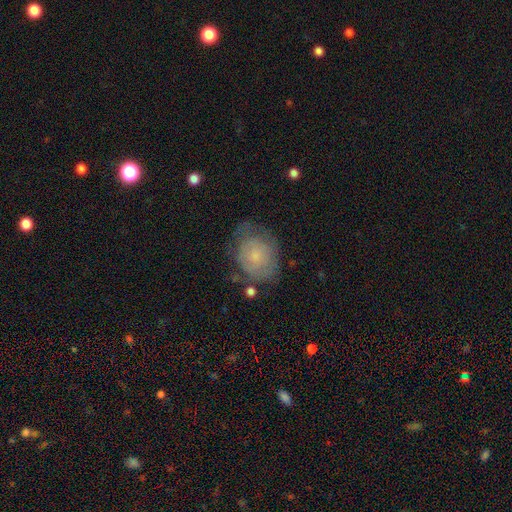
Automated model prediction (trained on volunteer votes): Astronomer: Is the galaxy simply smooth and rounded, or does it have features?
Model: smooth — 54% (runner-up: featured or disk, 37%).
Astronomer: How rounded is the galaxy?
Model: in between — 54% (runner-up: round, 45%).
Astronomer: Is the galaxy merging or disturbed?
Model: none — 53% (runner-up: minor disturbance, 29%).